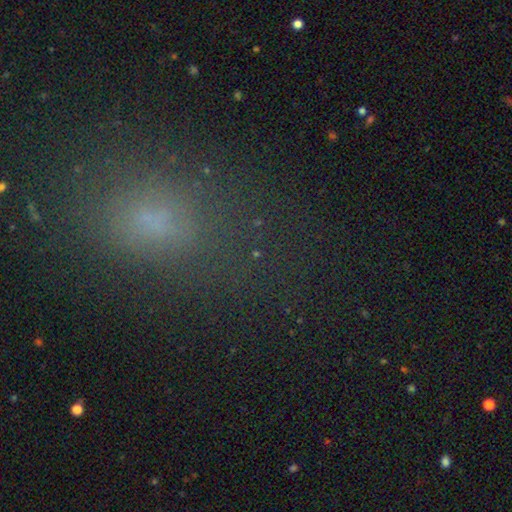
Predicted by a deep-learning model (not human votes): Overall: smooth (47%; star or artifact 38%). Merging: none (67%).